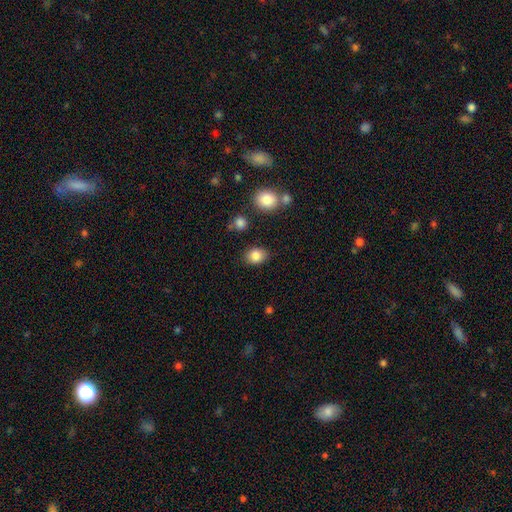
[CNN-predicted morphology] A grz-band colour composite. It shows a smooth galaxy with no disk features (85%) that is in between round and cigar-shaped (62%). Merging: none (83%).